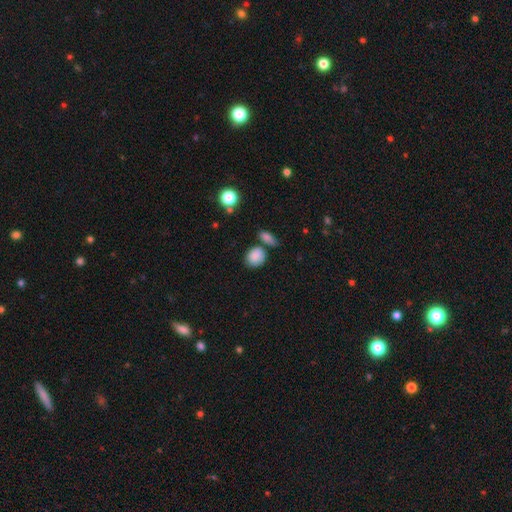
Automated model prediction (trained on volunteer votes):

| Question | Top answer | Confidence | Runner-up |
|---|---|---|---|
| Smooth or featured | smooth | 85% | star or artifact (9%) |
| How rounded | round | 69% | in between (30%) |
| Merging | none | 62% | minor disturbance (17%) |